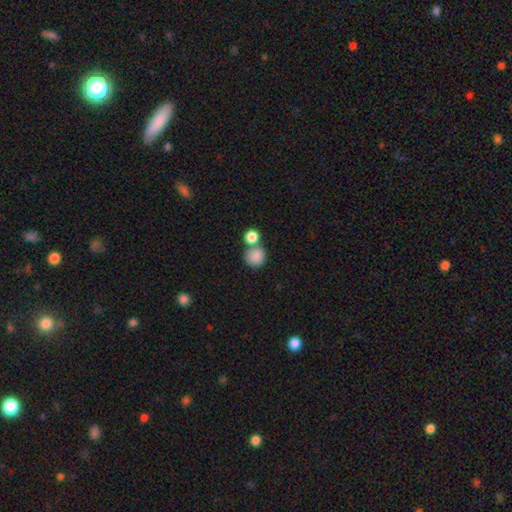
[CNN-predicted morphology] Q: Smooth or featured?
A: smooth (85%); runner-up: star or artifact (8%)
Q: How rounded?
A: round (87%); runner-up: in between (12%)
Q: Merging?
A: none (46%); runner-up: merger (40%)